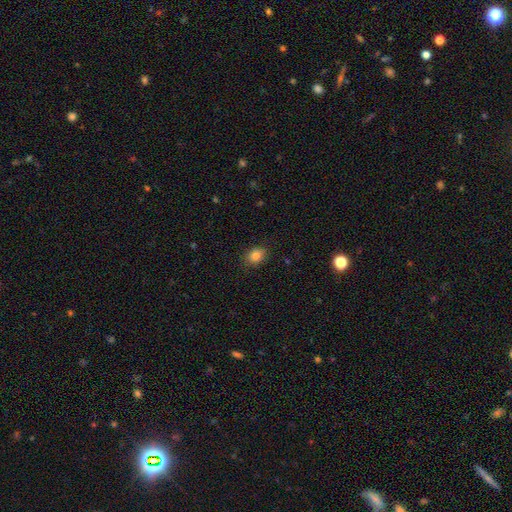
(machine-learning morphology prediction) A smooth galaxy with no disk features (84%) that is in between round and cigar-shaped (58%). Merging: none (84%).